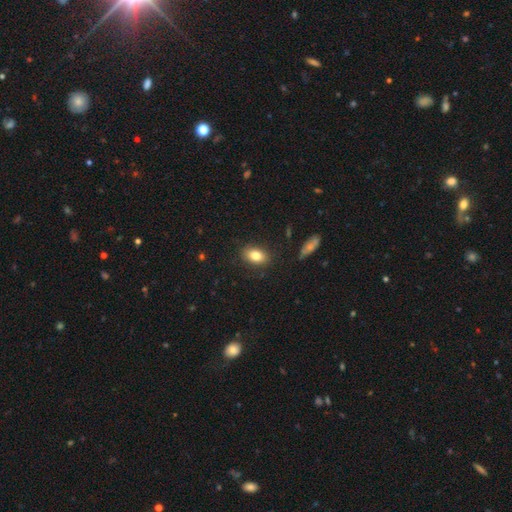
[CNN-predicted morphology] Smooth or featured? smooth (81%)
How rounded? in between (85%)
Merging? none (85%)